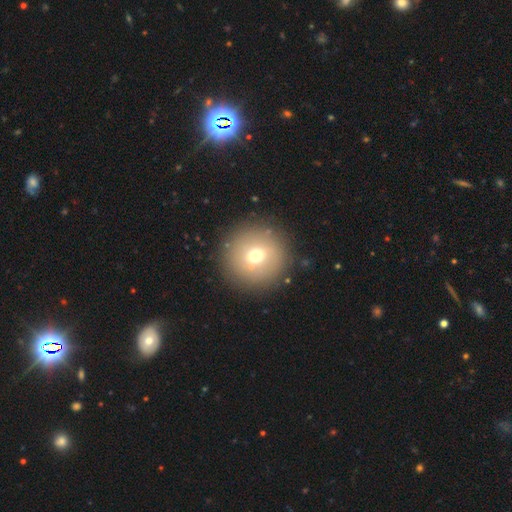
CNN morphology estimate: A smooth galaxy with no disk features (65%) that is round (95%).

Vote fractions:
- Smooth or featured? smooth: 65% / featured or disk: 21% / star or artifact: 14%
- How rounded? round: 95% / in between: 4% / cigar-shaped: 1%
- Merging? none: 87% / minor disturbance: 7% / major disturbance: 4% / merger: 2%